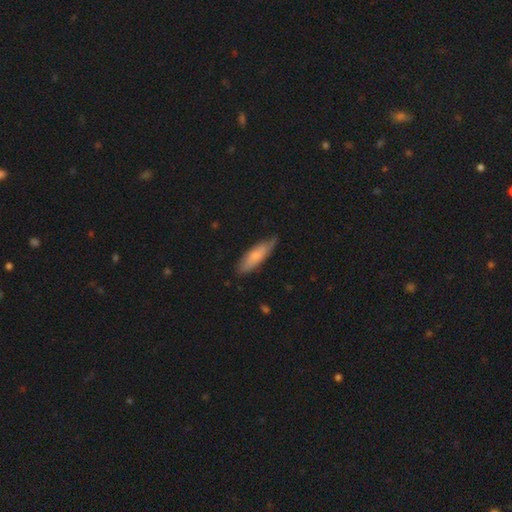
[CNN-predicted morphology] type=smooth (70%); roundness=cigar-shaped (54%); merging=none (70%).